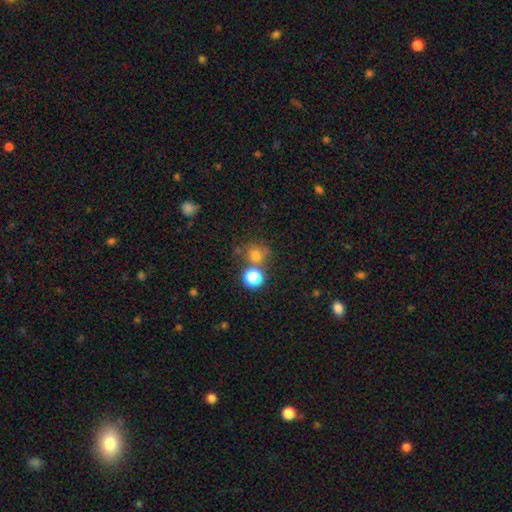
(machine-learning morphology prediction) Smooth or featured: smooth — 71% (star or artifact — 22%)
How rounded: round — 86% (in between — 13%)
Merging: none — 64% (merger — 21%)